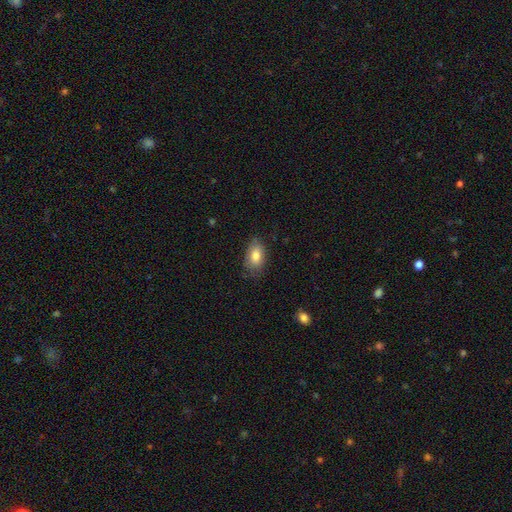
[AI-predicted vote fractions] smooth 81%, featured or disk 12%, star or artifact 7%. Down the decision tree: how rounded — in between (90%); merging — none (73%).